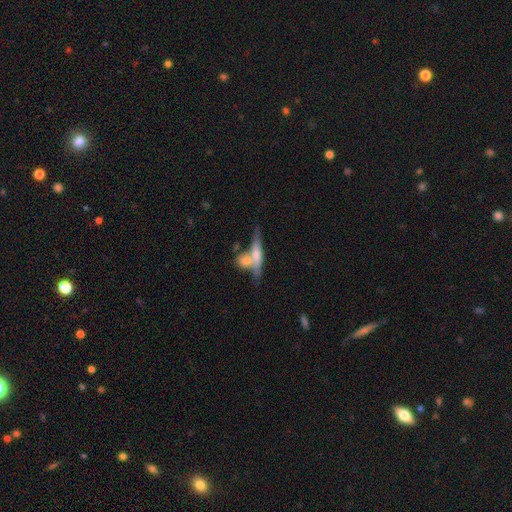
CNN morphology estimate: Smooth or featured? featured or disk (49%)
Merging? merger (48%)